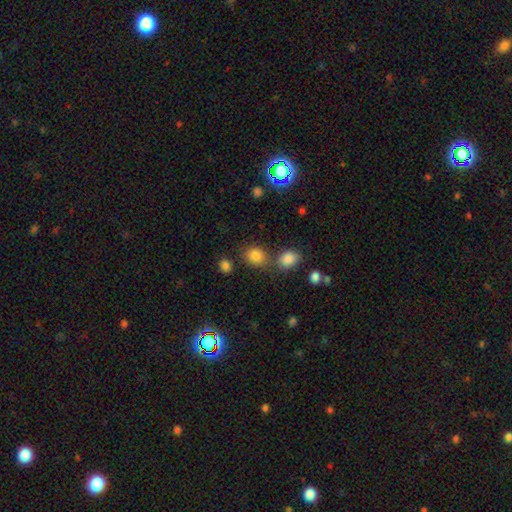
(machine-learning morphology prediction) smooth-or-featured: smooth: 82% | star or artifact: 12% | featured or disk: 6%
  how-rounded: round: 50% | in between: 49% | cigar-shaped: 1%
  merging: none: 63% | merger: 21% | minor disturbance: 12% | major disturbance: 4%